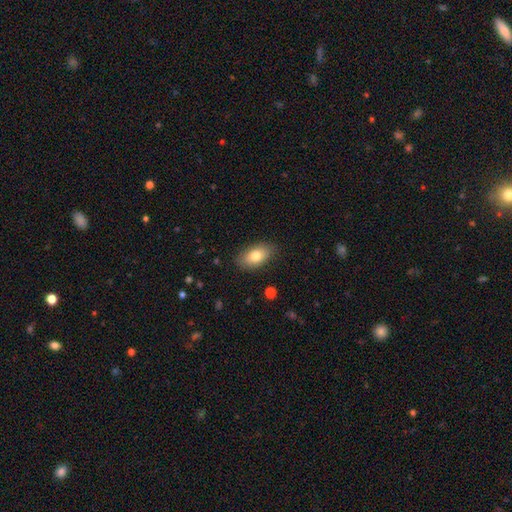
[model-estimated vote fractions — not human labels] Overall: smooth (78%). How rounded: in between (91%). Merging: none (85%).